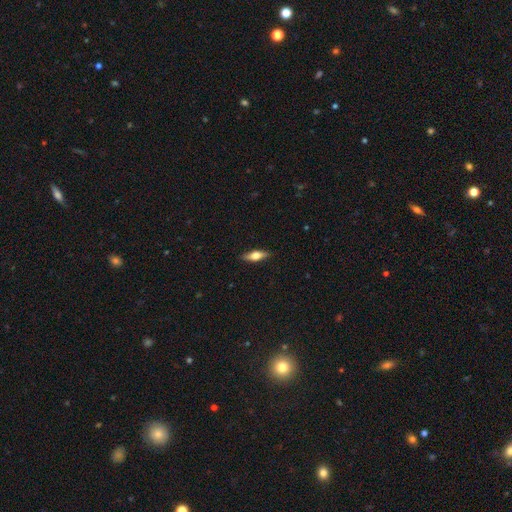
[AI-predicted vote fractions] The model was most divided on "smooth or featured": smooth: 50%, featured or disk: 43%, star or artifact: 6%. More confident: merging — none (87%); how rounded — in between (54%).